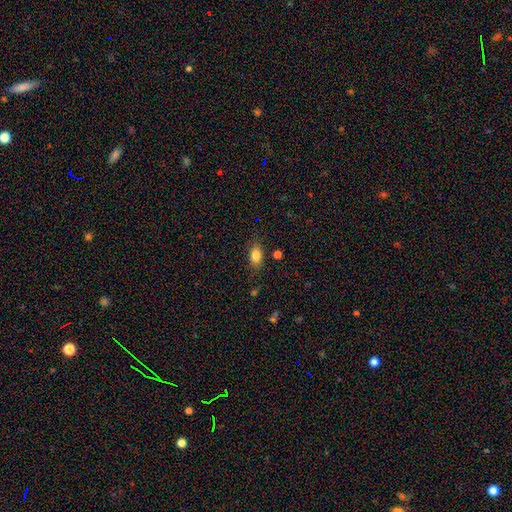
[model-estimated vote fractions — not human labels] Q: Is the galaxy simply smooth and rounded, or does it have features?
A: smooth — 83%.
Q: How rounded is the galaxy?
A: in between — 86%.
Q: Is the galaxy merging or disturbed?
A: none — 80%.